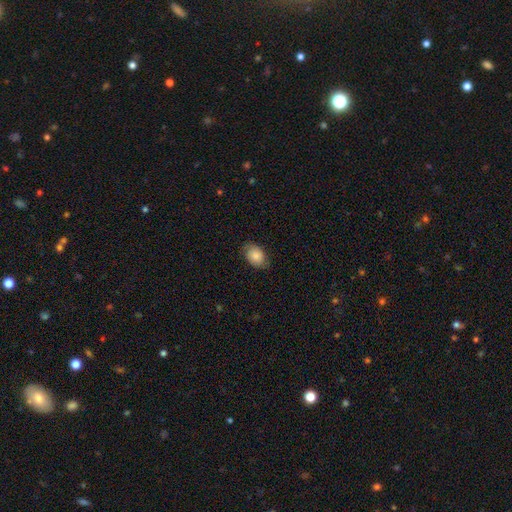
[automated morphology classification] Smooth or featured?
  - smooth: 80% *
  - featured or disk: 13%
  - star or artifact: 7%
How rounded?
  - in between: 77% *
  - round: 22%
  - cigar-shaped: 1%
Merging?
  - none: 77% *
  - minor disturbance: 18%
  - major disturbance: 4%
  - merger: 1%